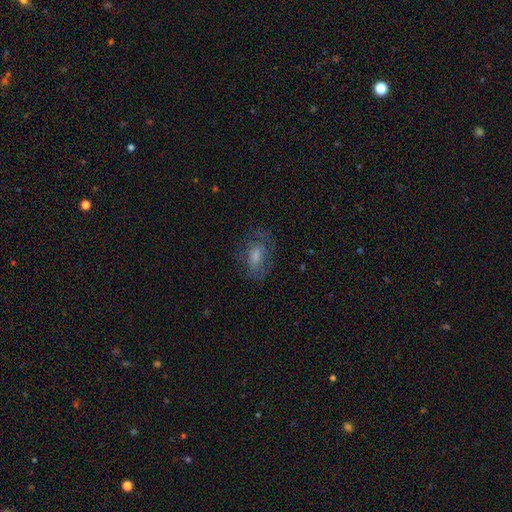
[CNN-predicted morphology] This appears to be a smooth galaxy with no disk features (45%). Merging: none (68%).